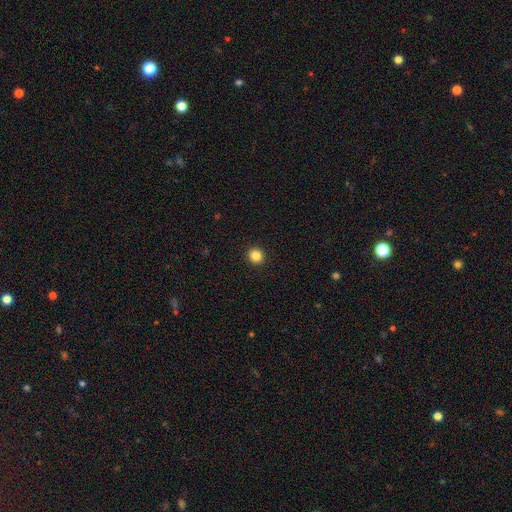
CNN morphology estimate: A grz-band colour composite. It shows a smooth galaxy with no disk features (86%) that is round (91%). Merging: none (93%).